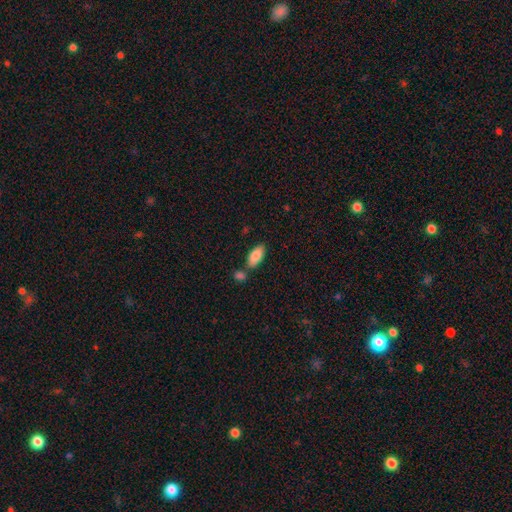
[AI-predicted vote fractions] A smooth galaxy with no disk features (84%) that is in between round and cigar-shaped (88%). Merging: none (69%).